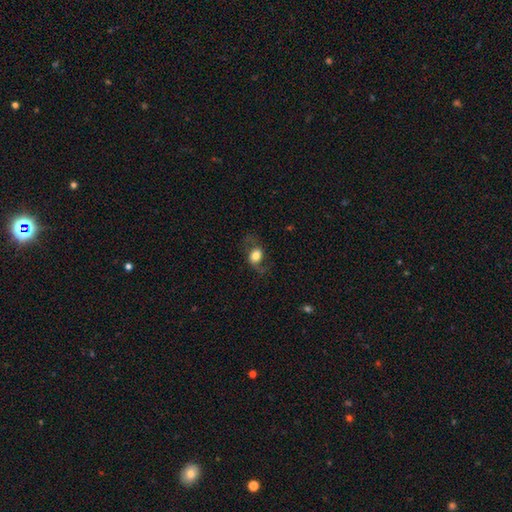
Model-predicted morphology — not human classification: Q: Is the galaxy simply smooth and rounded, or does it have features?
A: smooth — 62%.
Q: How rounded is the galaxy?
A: in between — 61%.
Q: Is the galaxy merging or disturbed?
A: none — 60%.